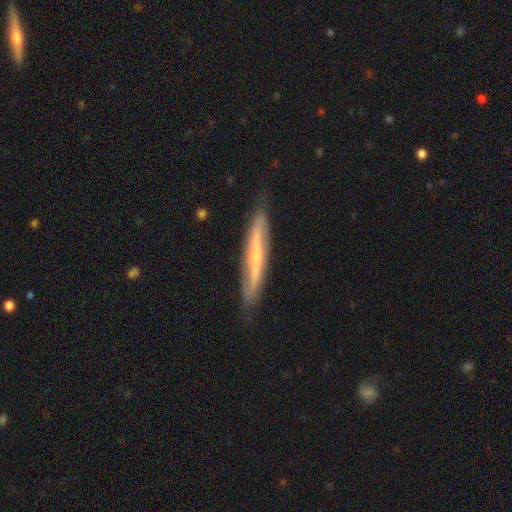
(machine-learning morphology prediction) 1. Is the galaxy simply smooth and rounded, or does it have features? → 66% featured or disk, 28% smooth, 6% star or artifact.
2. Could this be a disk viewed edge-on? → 75% yes, 25% no.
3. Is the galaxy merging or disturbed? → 81% none, 15% minor disturbance, 3% major disturbance, 1% merger.